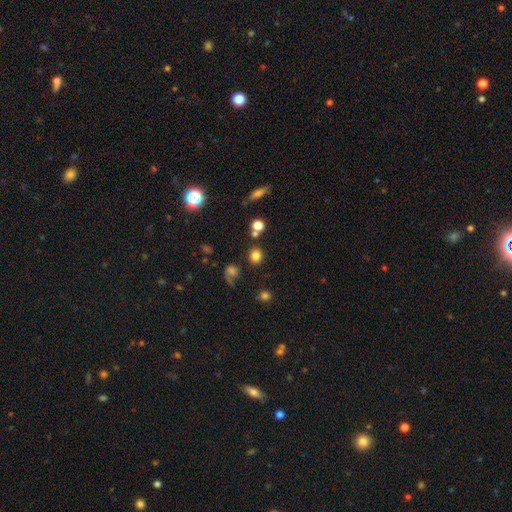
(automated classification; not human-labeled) This appears to be a smooth galaxy with no disk features (78%) that is round (81%). Merging: none (77%).